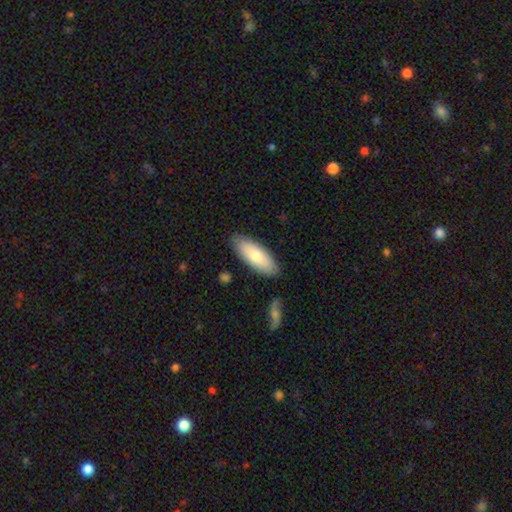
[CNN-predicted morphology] Overall: smooth (78%). How rounded: in between (74%). Merging: none (85%).